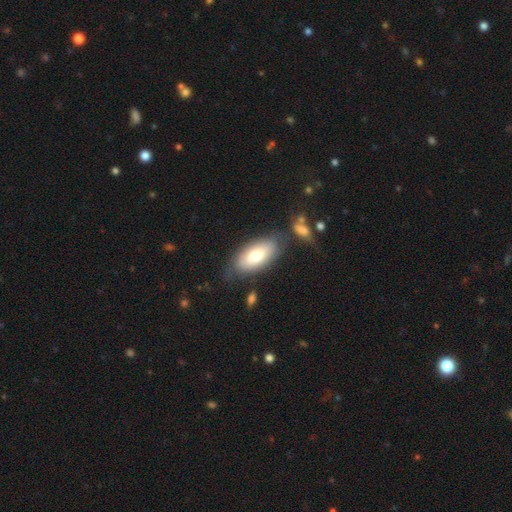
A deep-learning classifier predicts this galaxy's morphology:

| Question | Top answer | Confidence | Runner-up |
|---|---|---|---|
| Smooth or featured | smooth | 76% | featured or disk (18%) |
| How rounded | in between | 90% | cigar-shaped (8%) |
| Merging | none | 70% | minor disturbance (17%) |